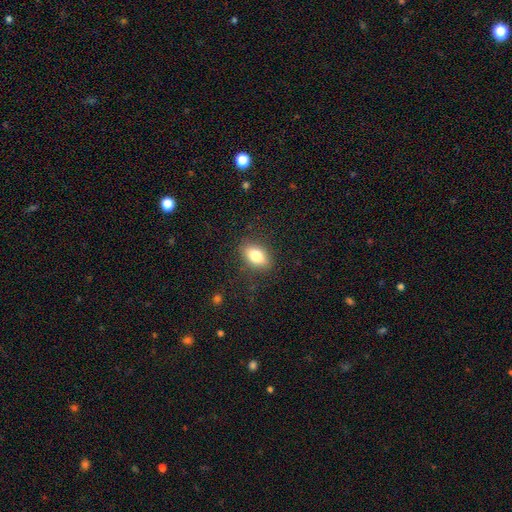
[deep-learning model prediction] The model was most divided on "smooth or featured": smooth: 82%, featured or disk: 10%, star or artifact: 8%. More confident: how rounded — in between (87%); merging — none (84%).